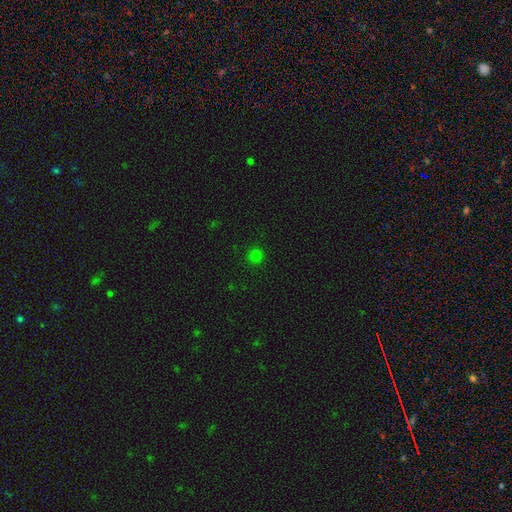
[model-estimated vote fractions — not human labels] smooth-or-featured: smooth: 78% | star or artifact: 19% | featured or disk: 3%
  how-rounded: round: 94% | in between: 5% | cigar-shaped: 1%
  merging: none: 92% | minor disturbance: 5% | major disturbance: 2% | merger: 1%